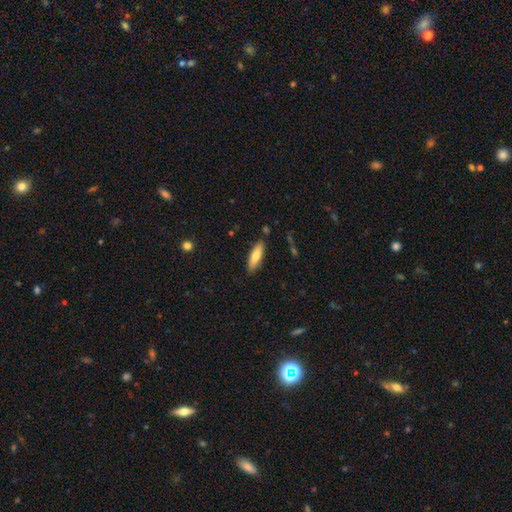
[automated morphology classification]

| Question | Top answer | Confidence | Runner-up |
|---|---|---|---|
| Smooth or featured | smooth | 73% | featured or disk (21%) |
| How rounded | cigar-shaped | 54% | in between (45%) |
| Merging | none | 84% | minor disturbance (11%) |